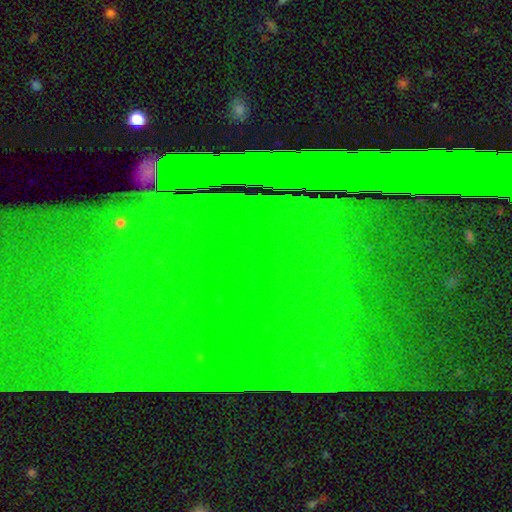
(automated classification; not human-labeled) Q: Smooth or featured?
A: star or artifact (88%); runner-up: featured or disk (7%)